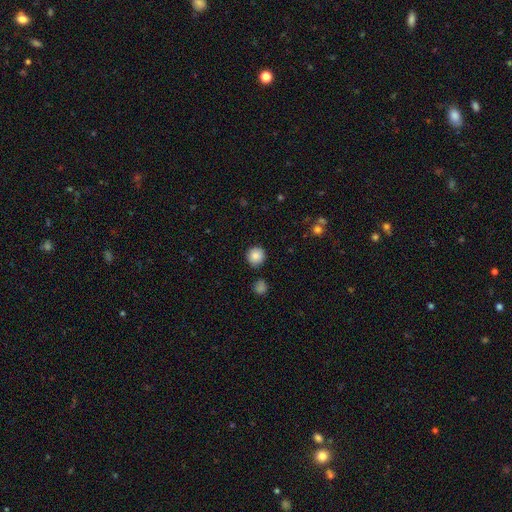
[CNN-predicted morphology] smooth-or-featured: smooth: 86% | star or artifact: 9% | featured or disk: 4%
  how-rounded: round: 93% | in between: 6% | cigar-shaped: 1%
  merging: none: 87% | minor disturbance: 8% | merger: 3% | major disturbance: 2%